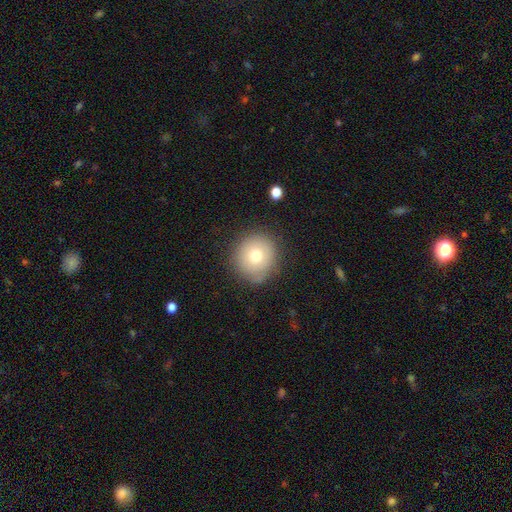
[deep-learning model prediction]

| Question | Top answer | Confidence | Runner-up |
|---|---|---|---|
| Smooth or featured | smooth | 74% | featured or disk (15%) |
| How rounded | round | 92% | in between (7%) |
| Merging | none | 83% | minor disturbance (12%) |